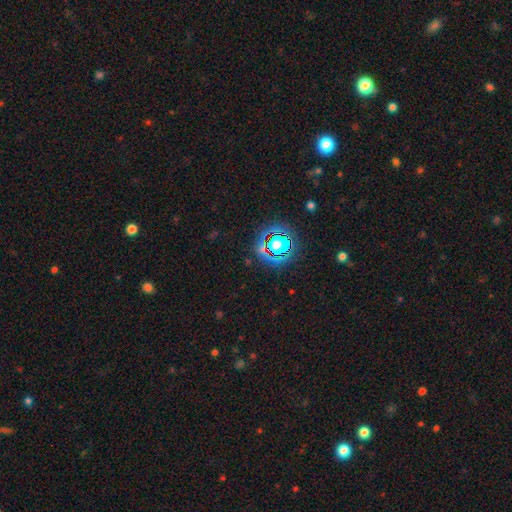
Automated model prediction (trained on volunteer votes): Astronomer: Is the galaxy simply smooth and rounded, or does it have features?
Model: star or artifact — 79%.